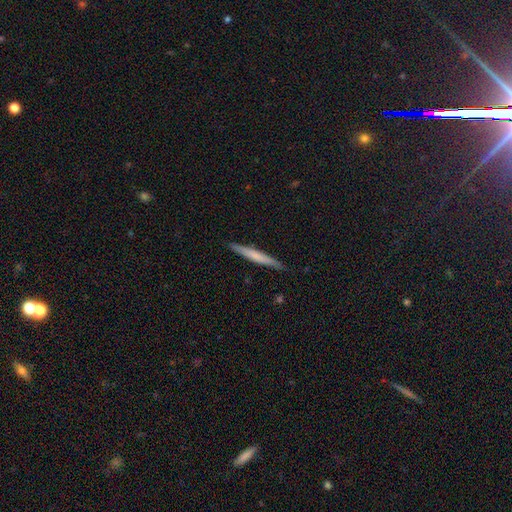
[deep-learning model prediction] Smooth or featured?
  - smooth: 55% *
  - featured or disk: 40%
  - star or artifact: 5%
How rounded?
  - cigar-shaped: 96% *
  - in between: 3%
  - round: 1%
Merging?
  - none: 89% *
  - minor disturbance: 8%
  - major disturbance: 1%
  - merger: 1%